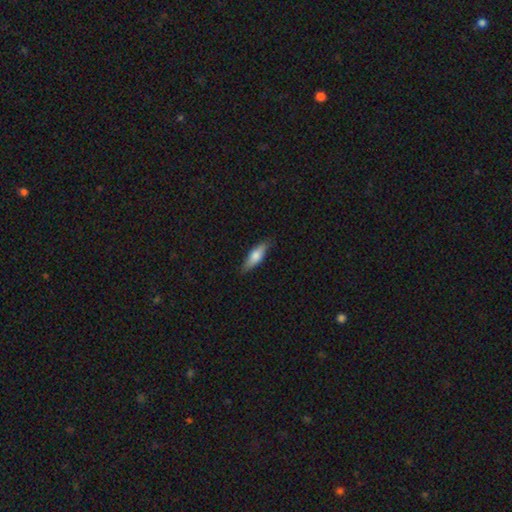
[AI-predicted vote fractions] Smooth or featured? smooth (66%)
How rounded? cigar-shaped (50%)
Merging? none (84%)